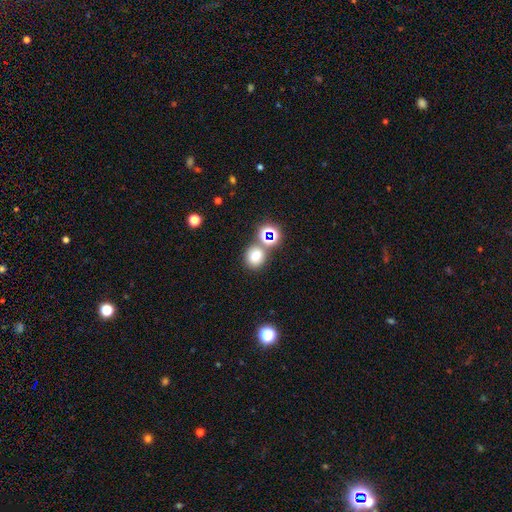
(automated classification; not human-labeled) Overall: smooth (70%). How rounded: round (78%). Merging: none (68%).